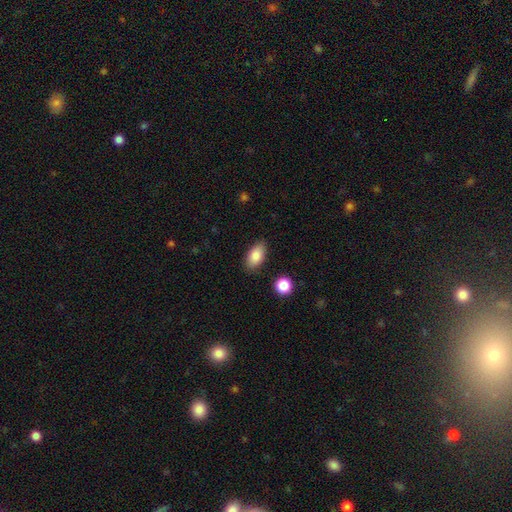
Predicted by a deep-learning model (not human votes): This appears to be a smooth galaxy with no disk features (85%) that is in between round and cigar-shaped (91%). Merging: none (84%).